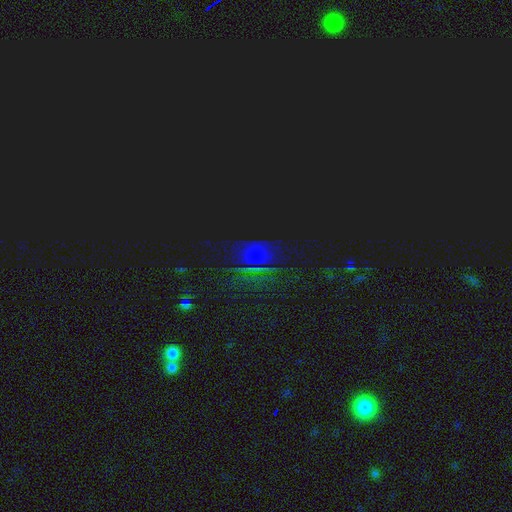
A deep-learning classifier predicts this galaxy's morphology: A star or artifact, not a galaxy (60%).